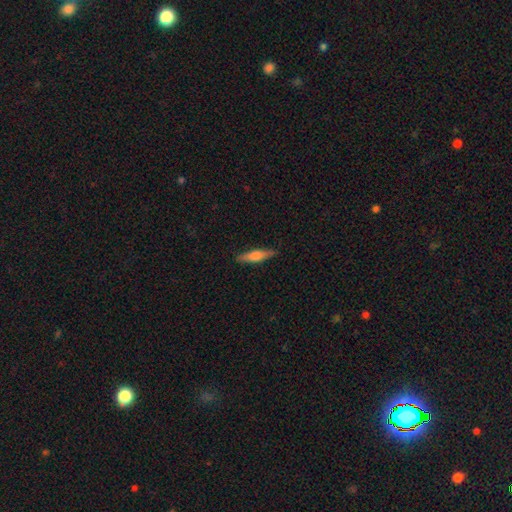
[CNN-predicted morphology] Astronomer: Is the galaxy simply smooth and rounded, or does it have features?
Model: smooth — 54% (runner-up: featured or disk, 40%).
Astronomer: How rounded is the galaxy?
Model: cigar-shaped — 76%.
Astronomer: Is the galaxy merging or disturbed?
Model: none — 87%.